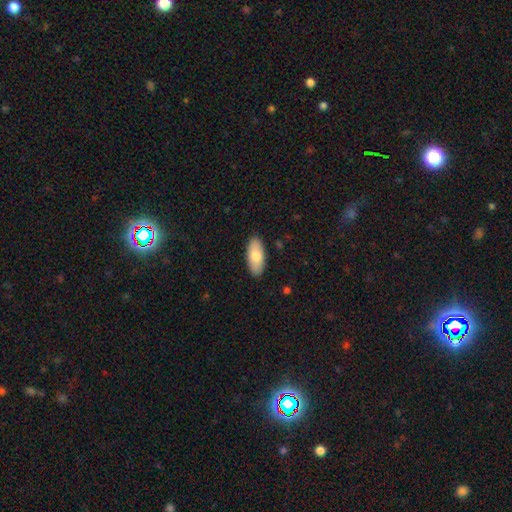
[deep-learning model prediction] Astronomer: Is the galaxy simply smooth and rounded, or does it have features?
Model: smooth — 76%.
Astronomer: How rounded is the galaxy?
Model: in between — 89%.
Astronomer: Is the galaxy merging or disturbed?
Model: none — 89%.